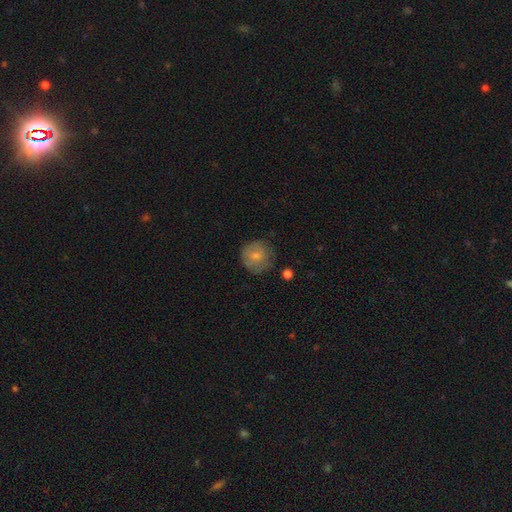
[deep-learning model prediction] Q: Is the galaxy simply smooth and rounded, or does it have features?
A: smooth — 76%.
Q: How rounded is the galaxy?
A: round — 92%.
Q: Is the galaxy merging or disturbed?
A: none — 73%.